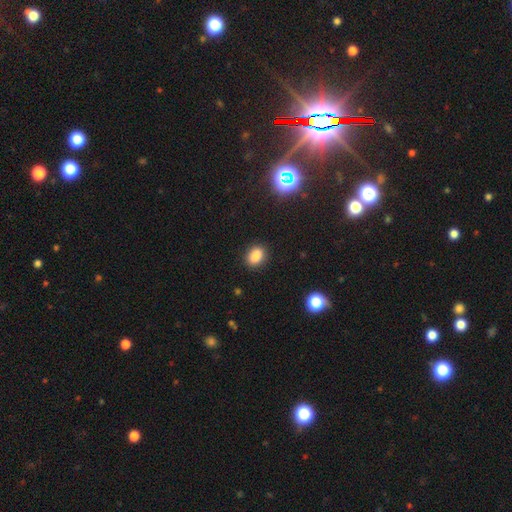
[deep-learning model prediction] smooth 85%, star or artifact 11%, featured or disk 4%. Down the decision tree: how rounded — in between (69%); merging — none (88%).